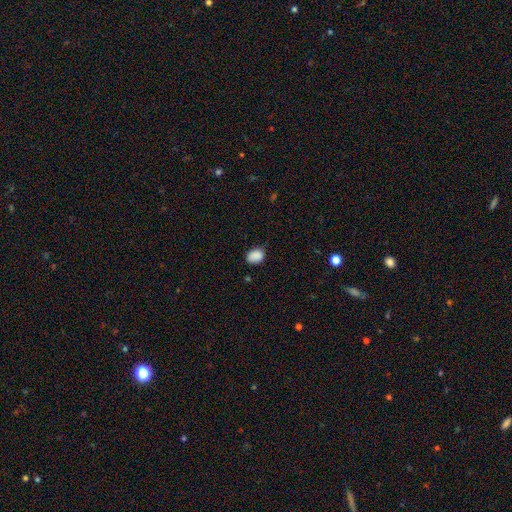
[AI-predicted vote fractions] Q: Smooth or featured?
A: smooth (88%); runner-up: star or artifact (9%)
Q: How rounded?
A: in between (66%); runner-up: round (33%)
Q: Merging?
A: none (69%); runner-up: minor disturbance (25%)